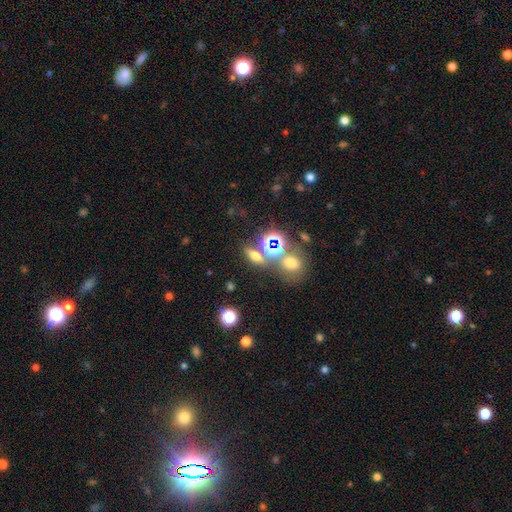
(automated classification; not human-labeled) Morphology: type=smooth (54%); roundness=in between (52%); merging=none (67%).